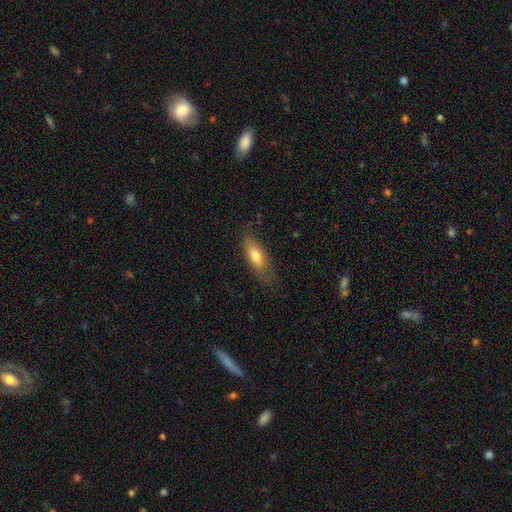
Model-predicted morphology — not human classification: Smooth or featured: smooth — 72% (featured or disk — 22%)
How rounded: in between — 67% (cigar-shaped — 30%)
Merging: none — 69% (minor disturbance — 22%)